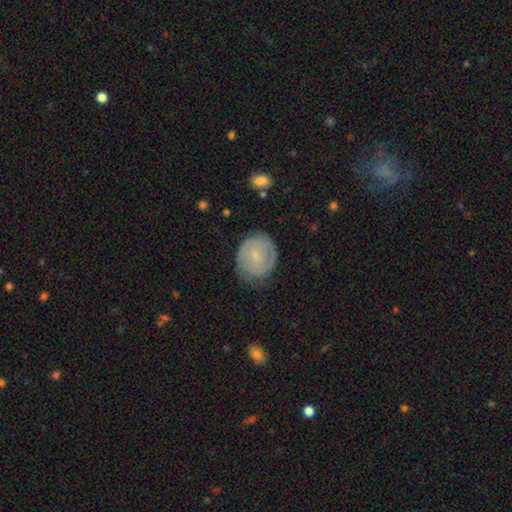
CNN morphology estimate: type=smooth (51%); roundness=round (65%); merging=none (66%).